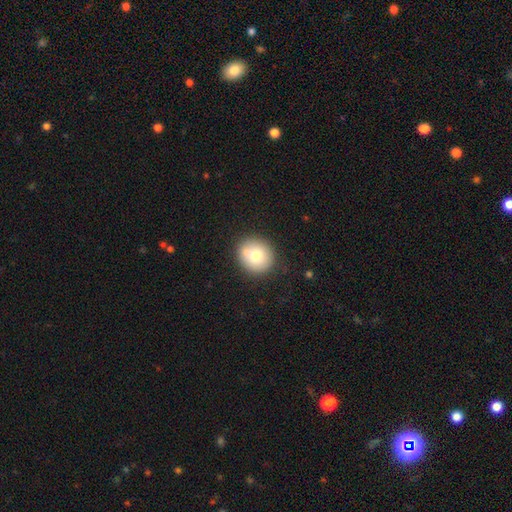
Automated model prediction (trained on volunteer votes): Smooth or featured? Predicted: smooth (p=0.73). How rounded? Predicted: round (p=0.89). Merging? Predicted: none (p=0.79).